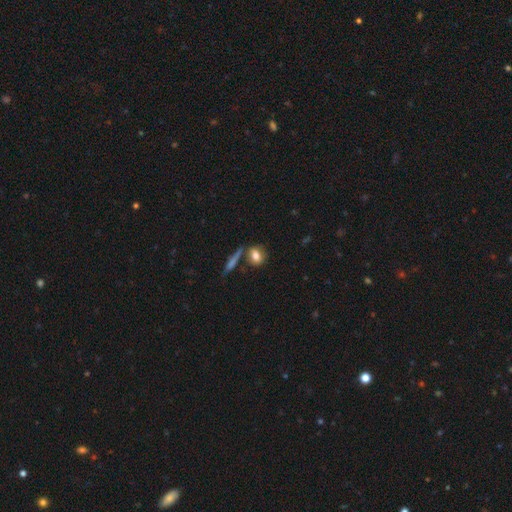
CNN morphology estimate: Smooth or featured? Predicted: smooth (p=0.75). How rounded? Predicted: in between (p=0.47). Merging? Predicted: none (p=0.62).